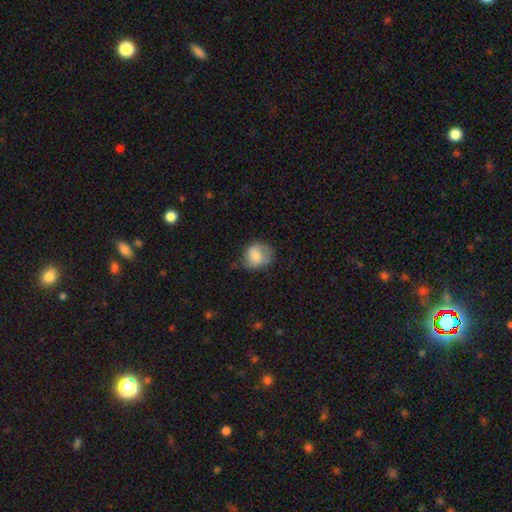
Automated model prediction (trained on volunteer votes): Q: Smooth or featured?
A: smooth (71%); runner-up: featured or disk (22%)
Q: How rounded?
A: round (66%); runner-up: in between (33%)
Q: Merging?
A: none (57%); runner-up: minor disturbance (31%)